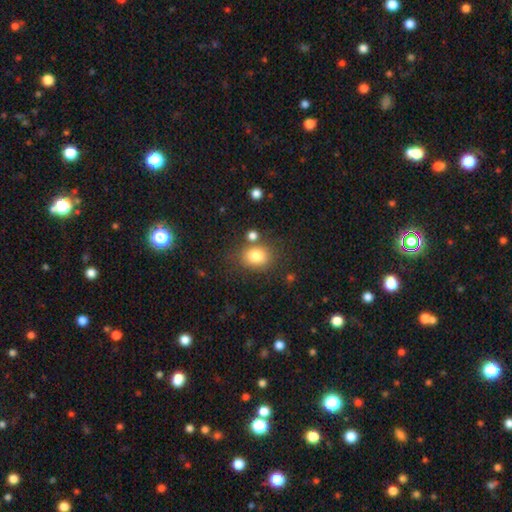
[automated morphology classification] Smooth or featured? Predicted: smooth (p=0.80). How rounded? Predicted: in between (p=0.51). Merging? Predicted: none (p=0.70).